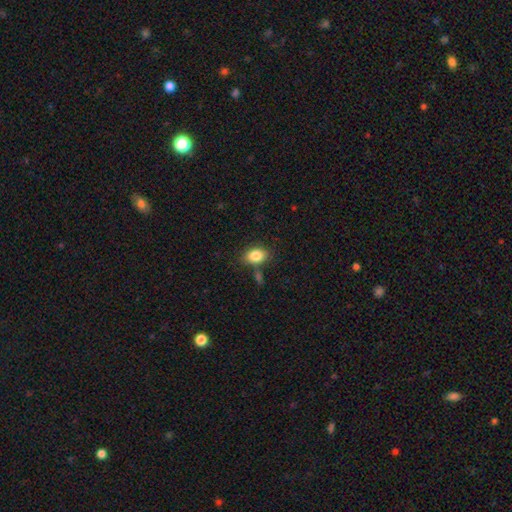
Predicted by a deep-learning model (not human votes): This is clearly a smooth galaxy (84%). How rounded: likely in between (77%). Merging: likely none (74%).